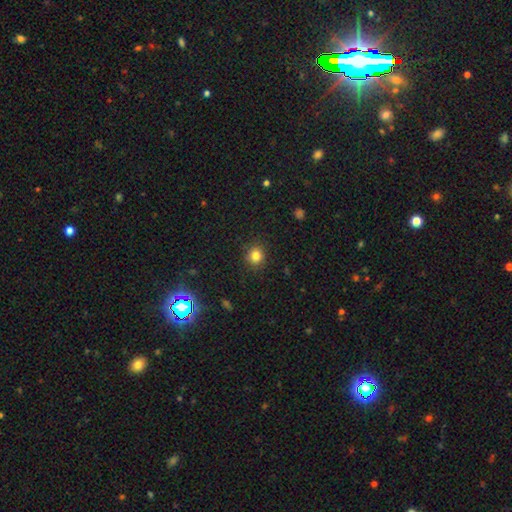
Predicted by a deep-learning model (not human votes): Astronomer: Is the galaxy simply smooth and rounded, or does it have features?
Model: smooth — 81%.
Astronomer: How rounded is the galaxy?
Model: round — 86%.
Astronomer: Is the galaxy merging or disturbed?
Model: none — 88%.